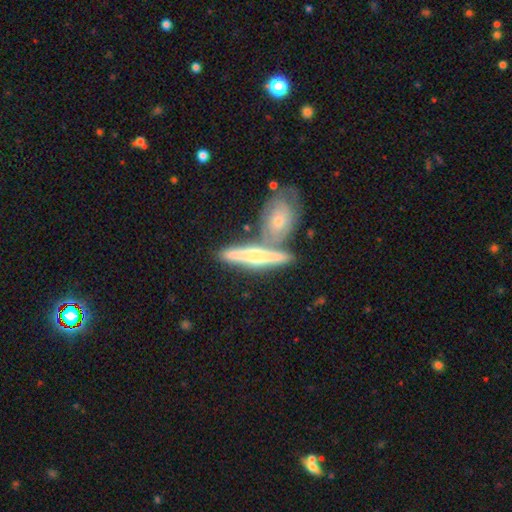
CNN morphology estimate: The model was most divided on "merging": none: 55%, merger: 30%, minor disturbance: 12%, major disturbance: 4%. More confident: edge-on disk — yes (90%); edge-on bulge — rounded (81%); smooth or featured — featured or disk (63%).